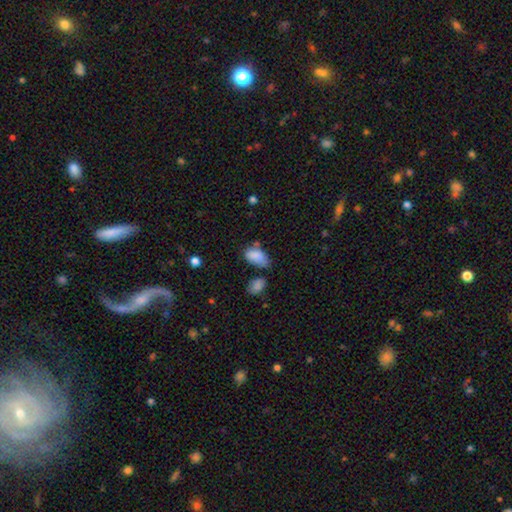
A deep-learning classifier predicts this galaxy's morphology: Overall: smooth (83%). How rounded: in between (92%). Merging: none (41%; minor disturbance 32%).